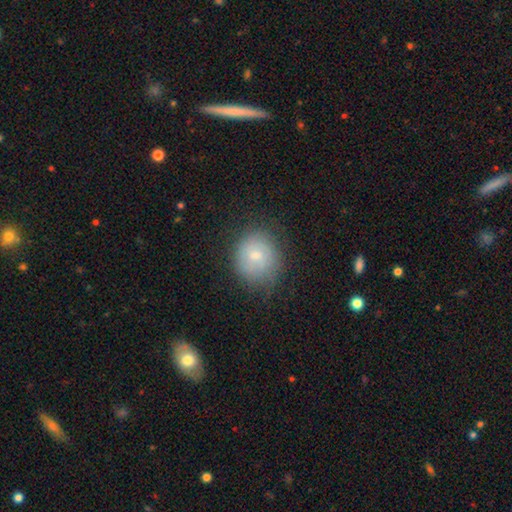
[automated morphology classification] Smooth or featured? Predicted: smooth (p=0.65). How rounded? Predicted: round (p=0.82). Merging? Predicted: none (p=0.69).